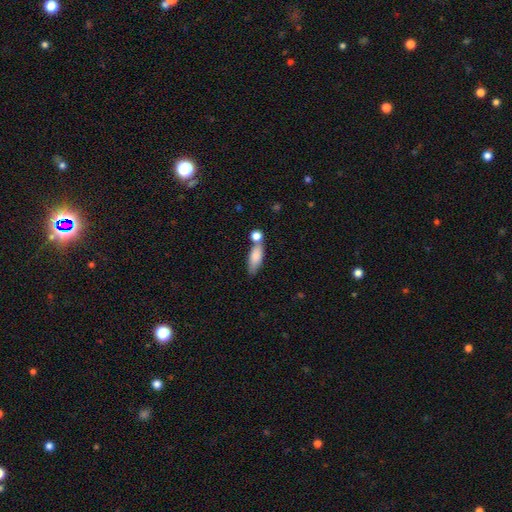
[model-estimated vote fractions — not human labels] Smooth or featured? smooth (79%)
How rounded? in between (65%)
Merging? none (49%)